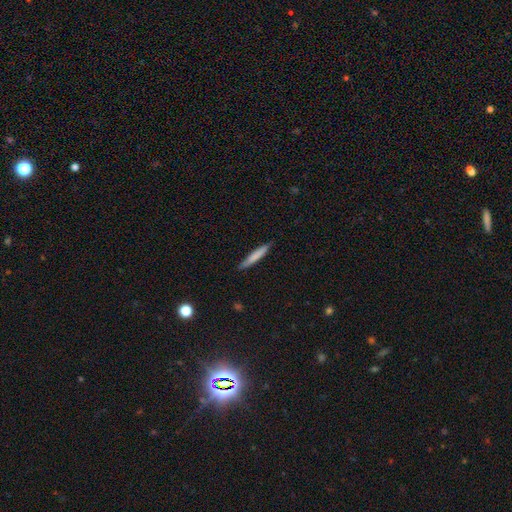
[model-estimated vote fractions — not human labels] The model was most divided on "smooth or featured": smooth: 73%, featured or disk: 21%, star or artifact: 5%. More confident: how rounded — cigar-shaped (94%); merging — none (87%).